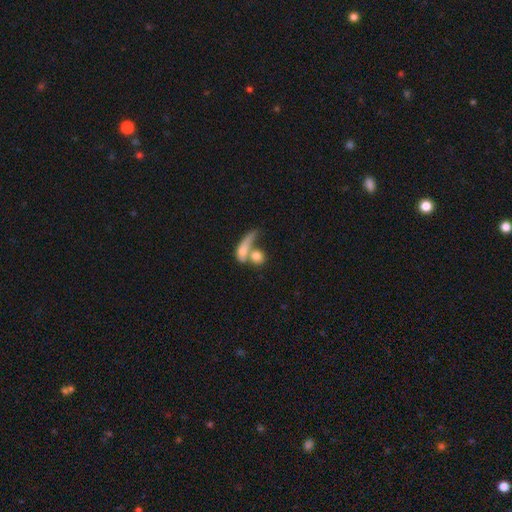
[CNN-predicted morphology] smooth 47%, featured or disk 36%, star or artifact 16%. Down the decision tree: merging — merger (54%).